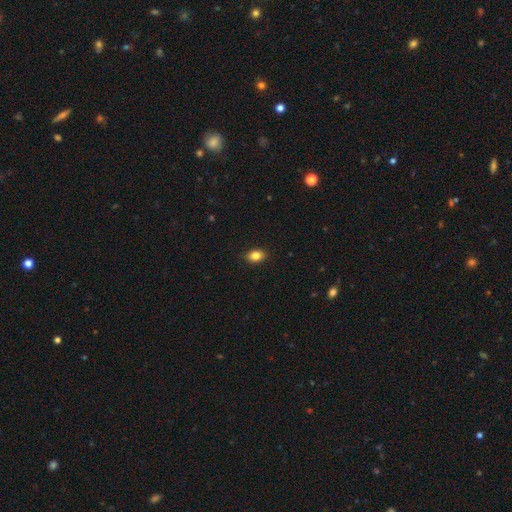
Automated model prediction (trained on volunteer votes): Smooth or featured?
  - smooth: 84% *
  - star or artifact: 9%
  - featured or disk: 7%
How rounded?
  - in between: 75% *
  - round: 23%
  - cigar-shaped: 1%
Merging?
  - none: 88% *
  - minor disturbance: 9%
  - major disturbance: 2%
  - merger: 1%